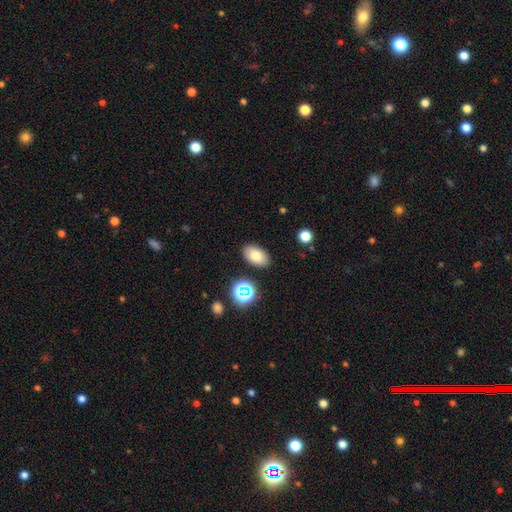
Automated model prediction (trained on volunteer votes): smooth_or_featured: smooth (p=0.77) [alt: featured or disk p=0.12]
how_rounded: in between (p=0.91) [alt: round p=0.07]
merging: none (p=0.87) [alt: minor disturbance p=0.09]